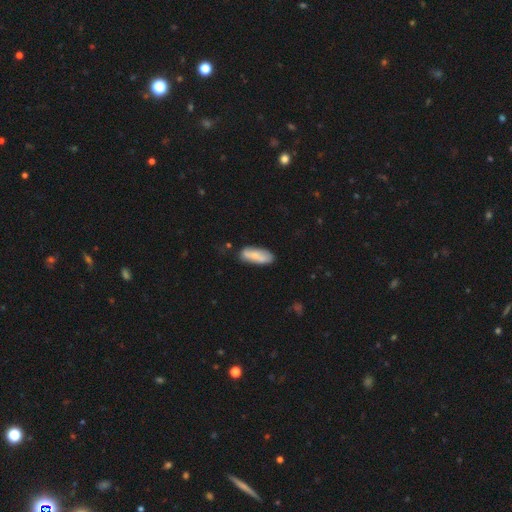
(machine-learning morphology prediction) Overall: smooth (71%). How rounded: in between (68%; cigar-shaped 30%). Merging: none (72%).